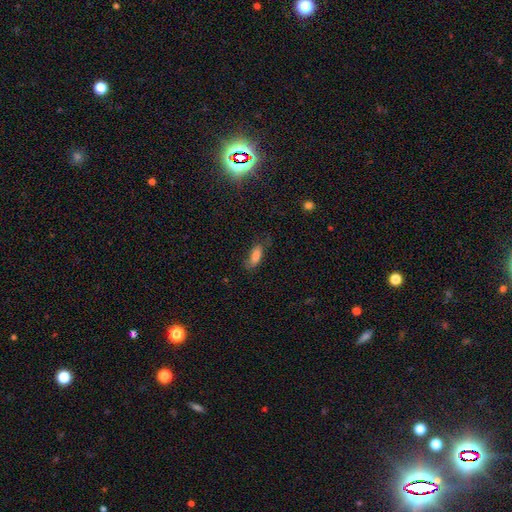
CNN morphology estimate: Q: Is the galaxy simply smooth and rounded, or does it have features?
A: smooth — 79%.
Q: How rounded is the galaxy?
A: in between — 74%.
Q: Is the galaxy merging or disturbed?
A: none — 59%.